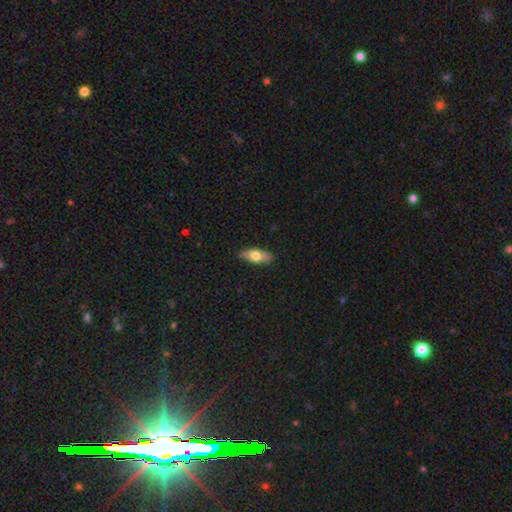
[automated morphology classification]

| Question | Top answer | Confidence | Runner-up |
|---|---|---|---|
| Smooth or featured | smooth | 67% | featured or disk (27%) |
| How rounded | in between | 77% | cigar-shaped (19%) |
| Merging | none | 87% | minor disturbance (10%) |